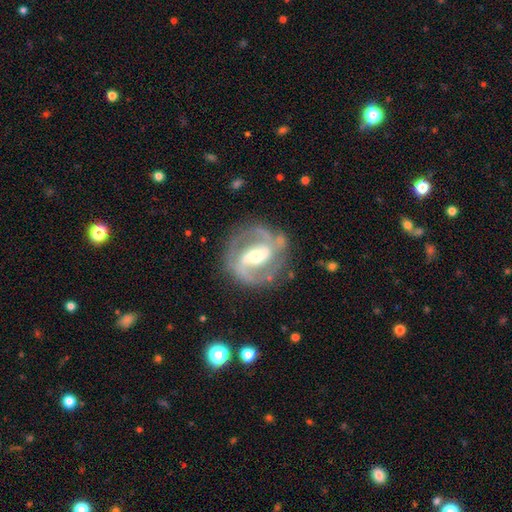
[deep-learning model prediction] Smooth or featured? Predicted: featured or disk (p=0.89). Edge-on disk? Predicted: no (p=0.97). Bar? Predicted: strong (p=0.41). Spiral arms? Predicted: yes (p=0.96). Spiral winding? Predicted: medium (p=0.54). Spiral arm count? Predicted: 2 (p=0.87). Bulge size? Predicted: moderate (p=0.56). Merging? Predicted: none (p=0.79).